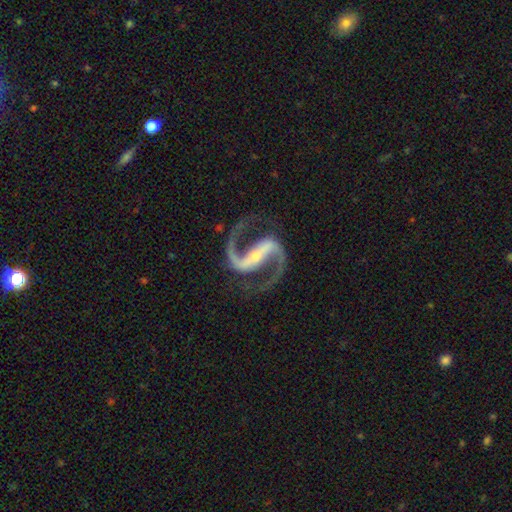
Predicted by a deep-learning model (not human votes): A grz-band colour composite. It shows a featured or disk galaxy (94%) with a strong bar (76%), 2 (95%) medium (64%) spiral arms (99%) and a small central bulge (67%). Merging: none (83%).